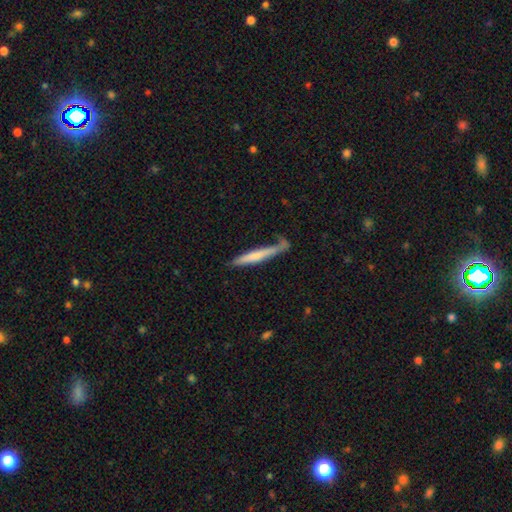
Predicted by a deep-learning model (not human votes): Morphology: type=smooth (61%); roundness=cigar-shaped (95%); merging=none (60%).